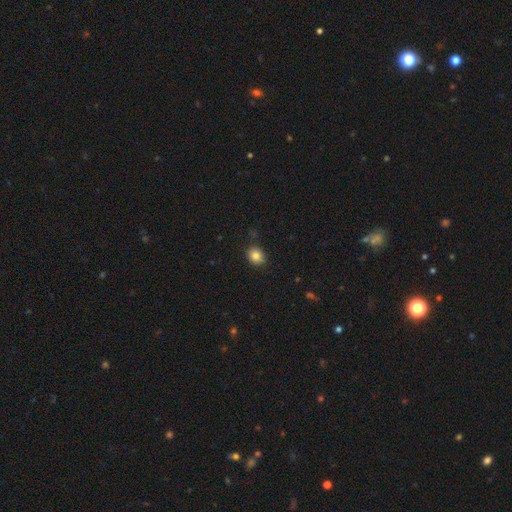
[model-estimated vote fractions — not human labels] smooth 84%, star or artifact 10%, featured or disk 6%. Down the decision tree: how rounded — round (54%); merging — none (87%).